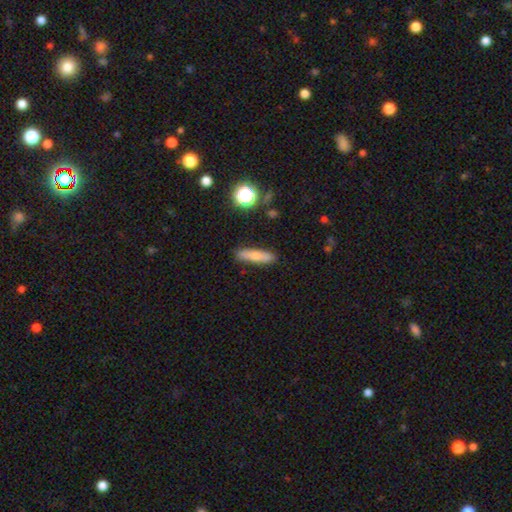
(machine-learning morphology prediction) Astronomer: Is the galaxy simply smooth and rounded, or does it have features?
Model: smooth — 68%.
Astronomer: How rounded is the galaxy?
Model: cigar-shaped — 75%.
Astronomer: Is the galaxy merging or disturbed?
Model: none — 87%.